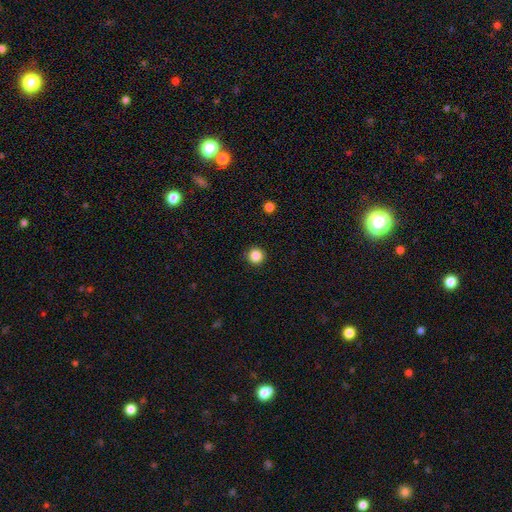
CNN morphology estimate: A smooth galaxy with no disk features (86%) that is round (96%). Merging: none (92%).